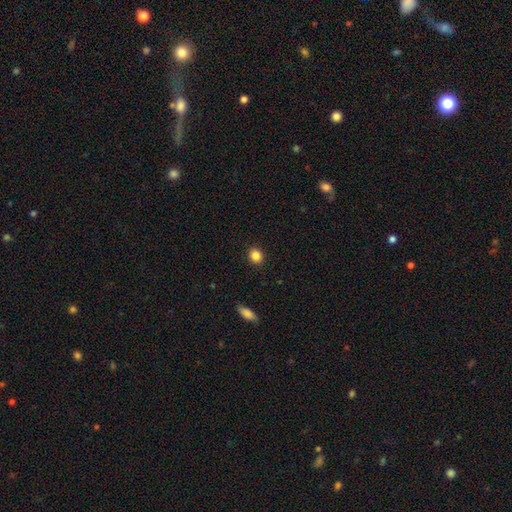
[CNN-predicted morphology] Overall: smooth (86%). How rounded: round (70%). Merging: none (91%).